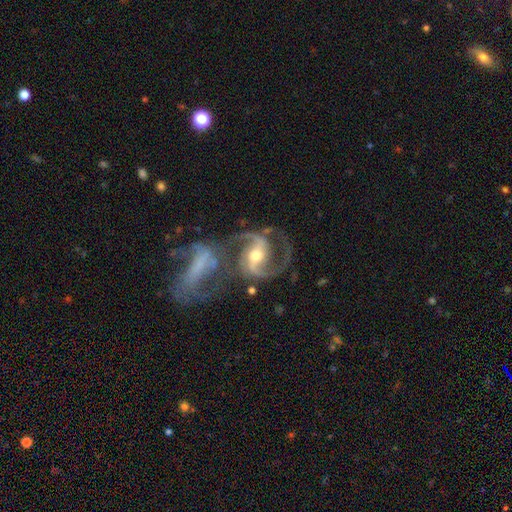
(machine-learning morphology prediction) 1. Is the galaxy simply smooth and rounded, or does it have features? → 91% featured or disk, 5% star or artifact, 4% smooth.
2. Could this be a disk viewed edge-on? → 97% no, 3% yes.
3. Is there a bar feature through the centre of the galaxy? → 46% strong, 35% weak, 19% no.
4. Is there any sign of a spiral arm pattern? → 98% yes, 2% no.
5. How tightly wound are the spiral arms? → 60% medium, 23% loose, 17% tight.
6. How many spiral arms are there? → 89% 2, 4% 3, 2% can't tell, 2% 1, 1% 4, 1% more than 4.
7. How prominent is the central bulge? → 66% moderate, 27% small, 5% large, 1% none, 1% dominant.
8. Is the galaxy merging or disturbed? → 42% none, 33% merger, 13% minor disturbance, 11% major disturbance.